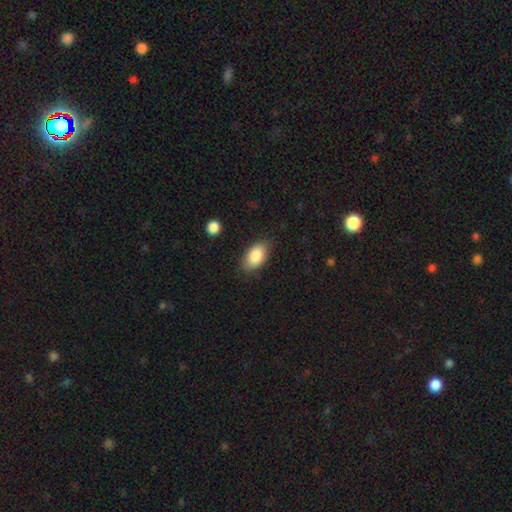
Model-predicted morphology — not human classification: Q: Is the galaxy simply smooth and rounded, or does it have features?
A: smooth — 85%.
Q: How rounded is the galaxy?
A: in between — 93%.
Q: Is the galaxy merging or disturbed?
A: none — 83%.